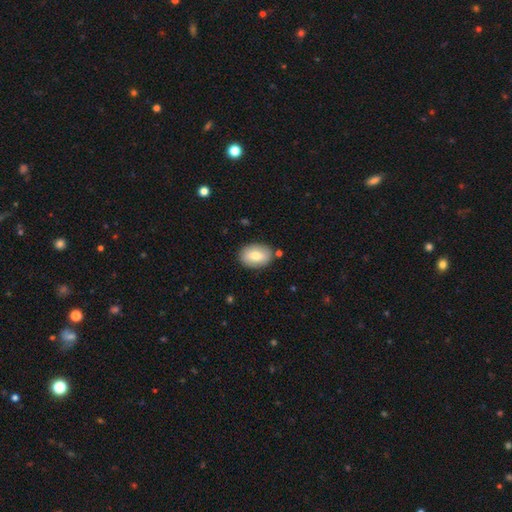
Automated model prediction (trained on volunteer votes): A smooth galaxy with no disk features (73%) that is in between round and cigar-shaped (83%).

Vote fractions:
- Smooth or featured? smooth: 73% / featured or disk: 20% / star or artifact: 7%
- How rounded? in between: 83% / round: 16% / cigar-shaped: 1%
- Merging? none: 84% / minor disturbance: 10% / merger: 3% / major disturbance: 2%